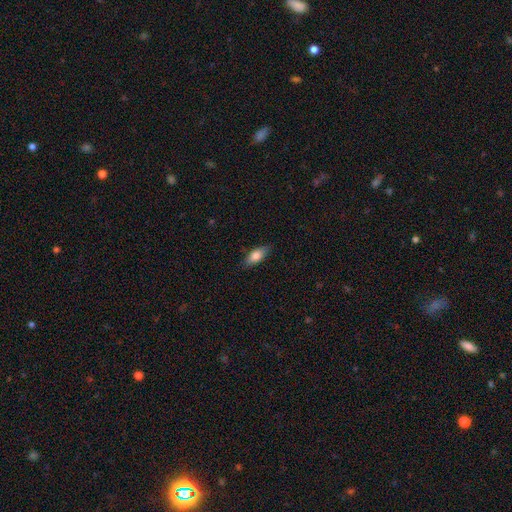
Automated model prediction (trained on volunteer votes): This is likely a smooth galaxy (79%). How rounded: clearly in between (82%). Merging: clearly none (84%).